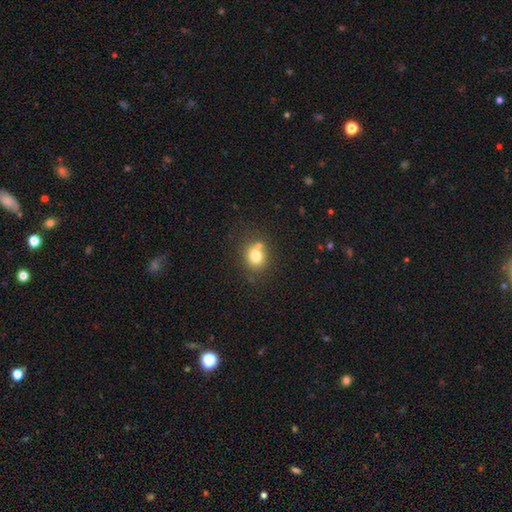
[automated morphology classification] smooth 77%, star or artifact 12%, featured or disk 11%. Down the decision tree: how rounded — round (70%); merging — none (65%).